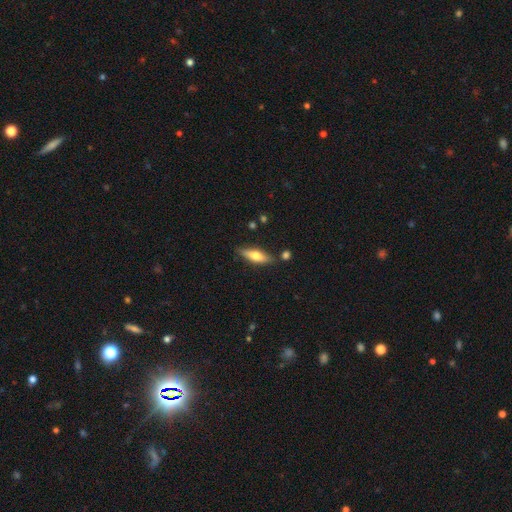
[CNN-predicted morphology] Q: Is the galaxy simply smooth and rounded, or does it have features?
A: smooth — 57%.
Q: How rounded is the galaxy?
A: cigar-shaped — 55%.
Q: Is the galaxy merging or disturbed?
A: none — 81%.